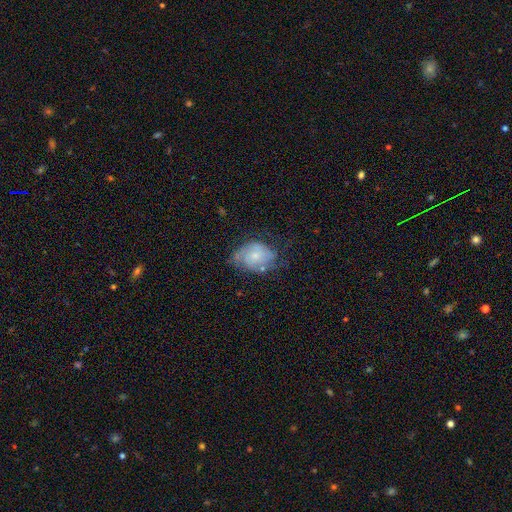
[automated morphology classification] Smooth or featured? featured or disk (53%)
Edge-on disk? no (97%)
Bar? no (76%)
Spiral arms? yes (77%)
Bulge size? small (58%)
Merging? none (45%)